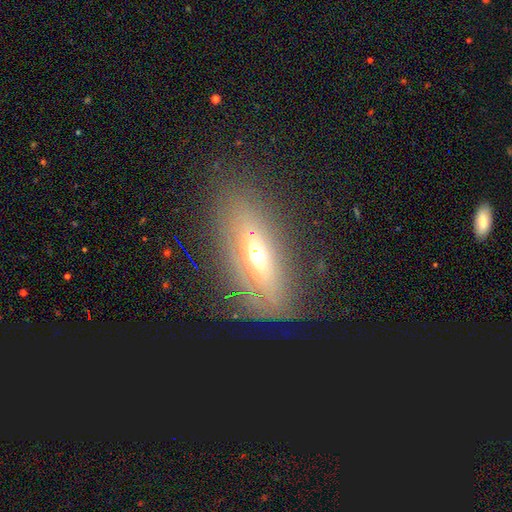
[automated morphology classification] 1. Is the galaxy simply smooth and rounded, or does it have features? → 54% featured or disk, 33% smooth, 13% star or artifact.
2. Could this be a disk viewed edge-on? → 50% no (tied), 50% yes (tied).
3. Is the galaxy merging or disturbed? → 71% none, 17% minor disturbance, 10% major disturbance, 2% merger.